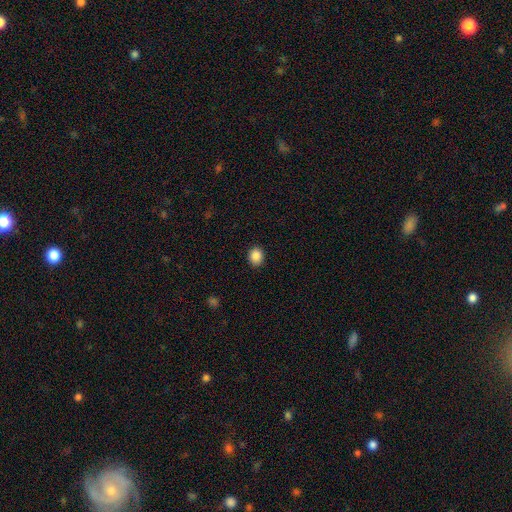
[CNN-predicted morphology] Smooth or featured: smooth — 87% (star or artifact — 9%)
How rounded: round — 62% (in between — 38%)
Merging: none — 89% (minor disturbance — 8%)